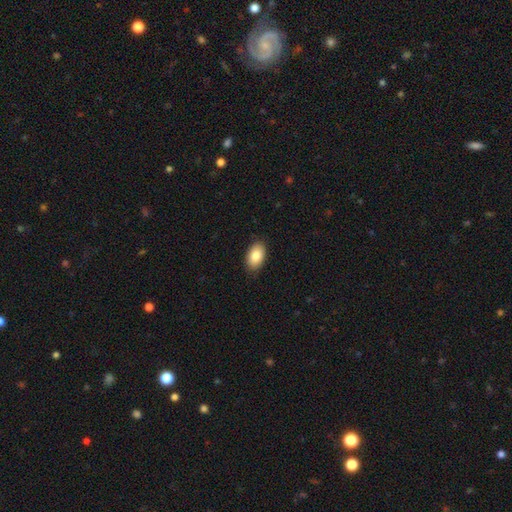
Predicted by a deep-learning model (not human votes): This is clearly a smooth galaxy (85%). How rounded: clearly in between (93%). Merging: clearly none (87%).